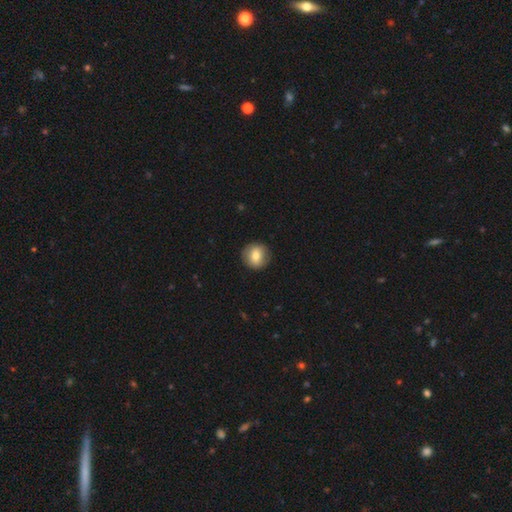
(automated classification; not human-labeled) Smooth or featured: smooth — 75% (featured or disk — 17%)
How rounded: round — 89% (in between — 10%)
Merging: none — 89% (minor disturbance — 7%)